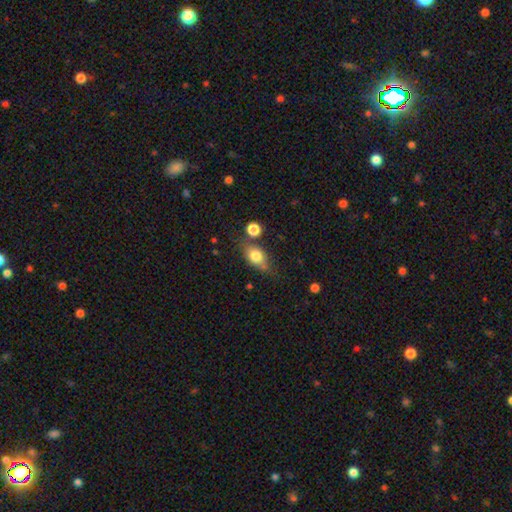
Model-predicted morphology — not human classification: The model was most divided on "merging": none: 60%, minor disturbance: 21%, merger: 12%, major disturbance: 7%. More confident: smooth or featured — smooth (76%); how rounded — in between (68%).